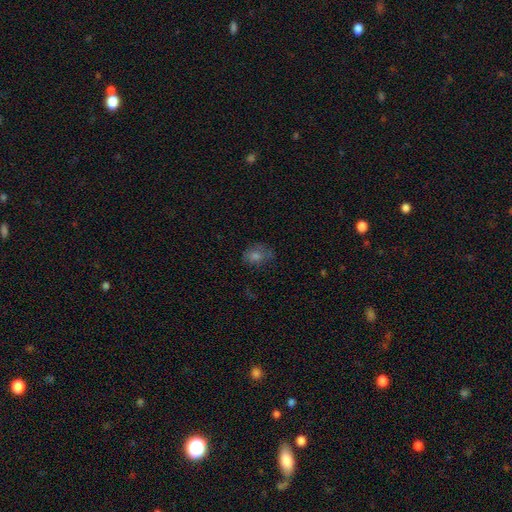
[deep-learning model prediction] This is possibly a smooth galaxy (58%). How rounded: possibly in between (52%). Merging: likely none (61%).